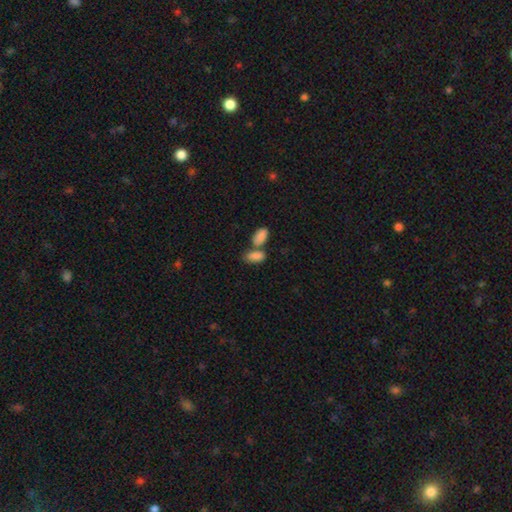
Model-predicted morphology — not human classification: Smooth or featured? smooth (86%)
How rounded? in between (92%)
Merging? merger (50%)